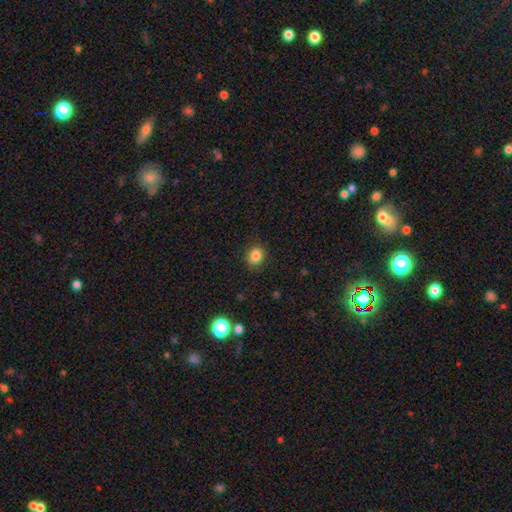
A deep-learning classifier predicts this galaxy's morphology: Overall: smooth (83%). How rounded: round (55%; in between 44%). Merging: none (87%).